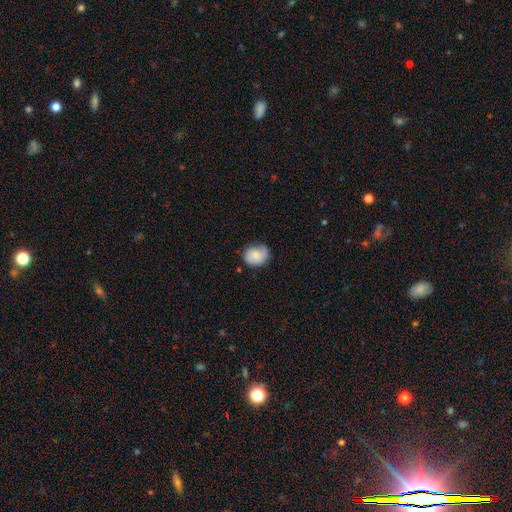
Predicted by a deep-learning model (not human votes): This is likely a smooth galaxy (74%). How rounded: possibly round (57%). Merging: possibly none (60%).